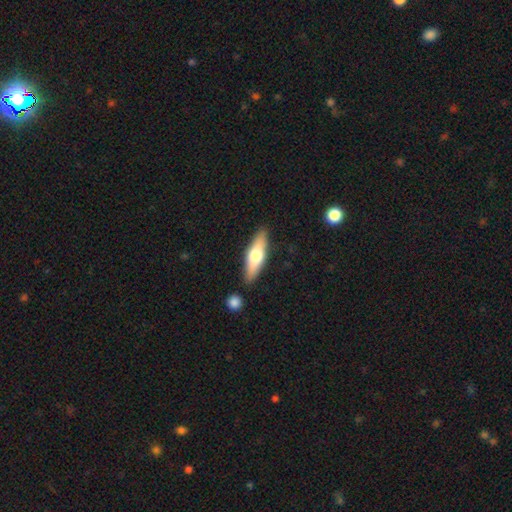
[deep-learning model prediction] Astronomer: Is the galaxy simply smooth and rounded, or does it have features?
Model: smooth — 57% (runner-up: featured or disk, 38%).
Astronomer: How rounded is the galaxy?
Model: cigar-shaped — 56% (runner-up: in between, 41%).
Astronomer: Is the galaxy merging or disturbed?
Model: none — 86%.